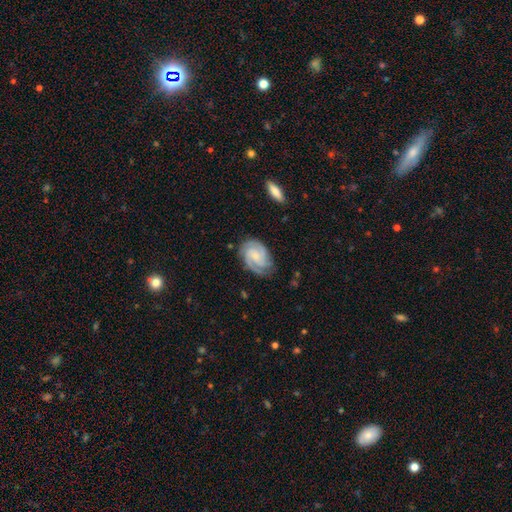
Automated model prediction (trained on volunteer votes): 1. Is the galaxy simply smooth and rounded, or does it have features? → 85% featured or disk, 10% smooth, 5% star or artifact.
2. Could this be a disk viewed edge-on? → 98% no, 2% yes.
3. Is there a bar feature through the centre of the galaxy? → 57% no, 36% weak, 7% strong.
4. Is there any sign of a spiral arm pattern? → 98% yes, 2% no.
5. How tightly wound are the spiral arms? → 59% tight, 35% medium, 6% loose.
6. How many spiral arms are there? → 38% 2, 36% 3, 12% can't tell, 6% 4, 4% 1, 4% more than 4.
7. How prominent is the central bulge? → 63% small, 22% moderate, 12% none, 2% large, 1% dominant.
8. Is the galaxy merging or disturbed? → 75% none, 18% minor disturbance, 6% major disturbance, 1% merger.